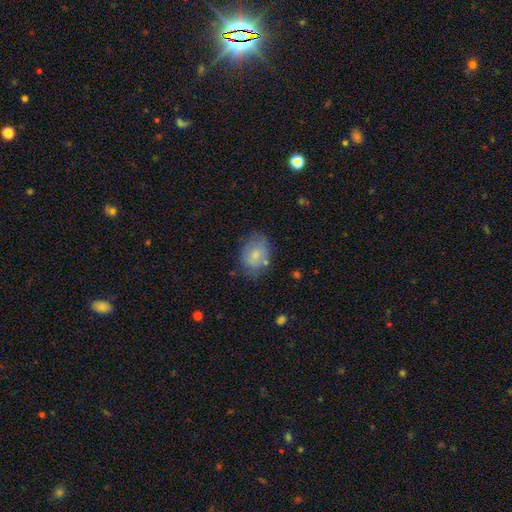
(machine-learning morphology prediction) type=smooth (75%); roundness=in between (75%); merging=none (62%).